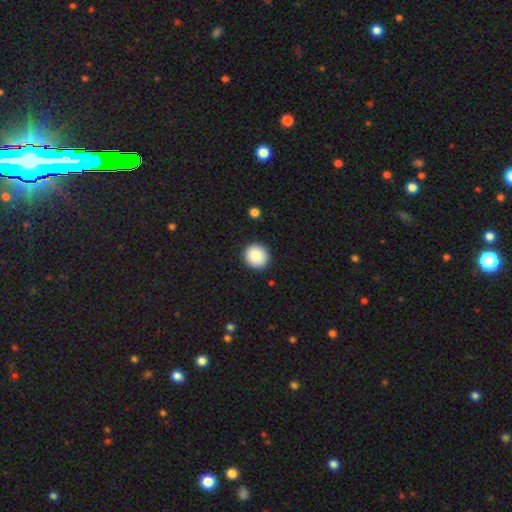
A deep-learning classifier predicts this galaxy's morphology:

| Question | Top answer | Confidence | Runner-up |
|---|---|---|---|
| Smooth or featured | smooth | 89% | star or artifact (8%) |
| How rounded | round | 88% | in between (11%) |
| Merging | none | 91% | minor disturbance (6%) |